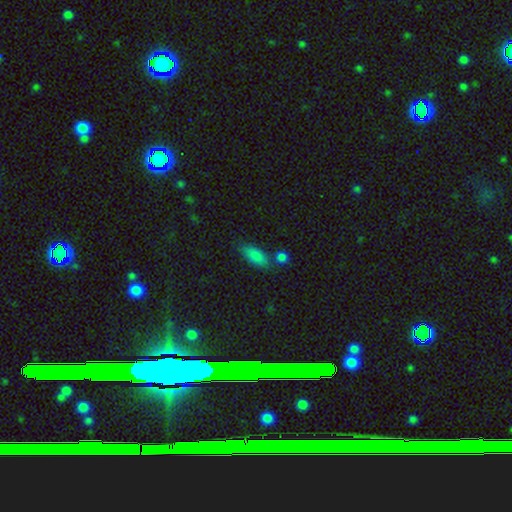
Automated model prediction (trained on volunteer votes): smooth-or-featured: smooth: 84% | star or artifact: 10% | featured or disk: 6%
  how-rounded: in between: 81% | cigar-shaped: 15% | round: 4%
  merging: none: 60% | merger: 18% | minor disturbance: 16% | major disturbance: 5%